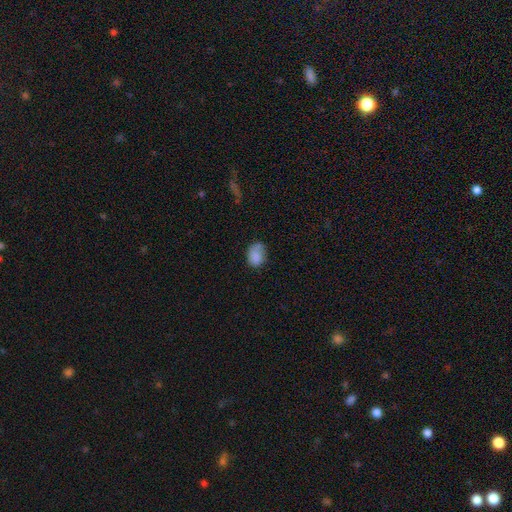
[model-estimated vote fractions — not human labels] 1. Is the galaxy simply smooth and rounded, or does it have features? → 81% smooth, 10% featured or disk, 9% star or artifact.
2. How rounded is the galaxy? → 70% in between, 29% round, 1% cigar-shaped.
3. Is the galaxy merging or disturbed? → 52% none, 30% minor disturbance, 13% major disturbance, 5% merger.